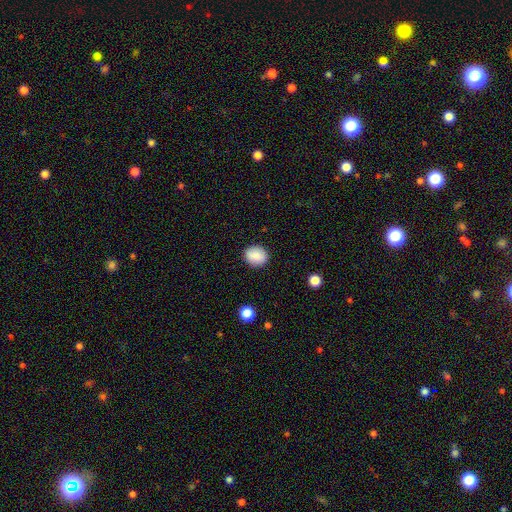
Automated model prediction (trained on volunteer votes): A smooth galaxy with no disk features (87%) that is round (61%).

Vote fractions:
- Smooth or featured? smooth: 87% / star or artifact: 8% / featured or disk: 6%
- How rounded? round: 61% / in between: 38% / cigar-shaped: 1%
- Merging? none: 88% / minor disturbance: 8% / major disturbance: 2% / merger: 1%